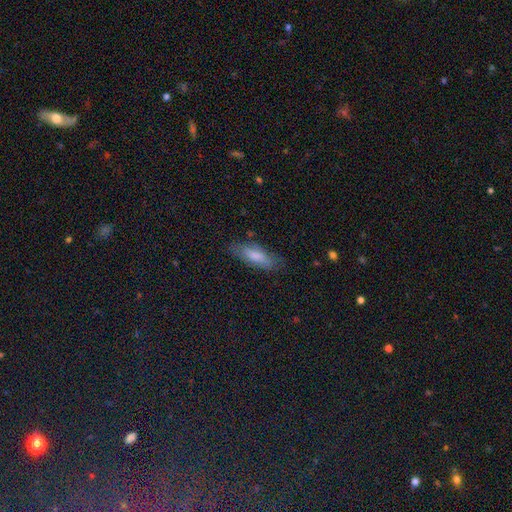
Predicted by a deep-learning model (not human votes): Smooth or featured?
  - smooth: 75% *
  - featured or disk: 18%
  - star or artifact: 6%
How rounded?
  - in between: 63% *
  - cigar-shaped: 35%
  - round: 2%
Merging?
  - none: 75% *
  - minor disturbance: 18%
  - major disturbance: 5%
  - merger: 2%